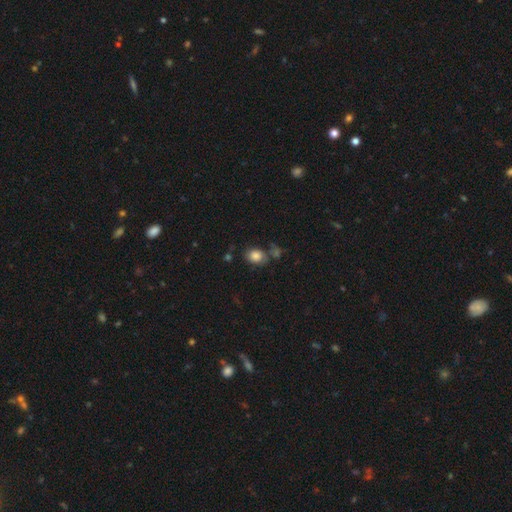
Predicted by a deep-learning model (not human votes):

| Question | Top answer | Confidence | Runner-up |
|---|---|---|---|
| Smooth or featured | smooth | 83% | star or artifact (10%) |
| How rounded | in between | 57% | round (41%) |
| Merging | none | 63% | minor disturbance (17%) |